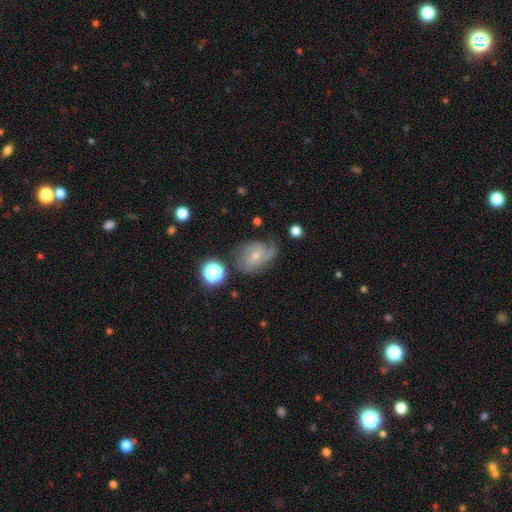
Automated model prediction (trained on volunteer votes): Smooth or featured?
  - featured or disk: 65% *
  - smooth: 24%
  - star or artifact: 12%
Edge-on disk?
  - no: 97% *
  - yes: 3%
Bar?
  - no: 63% *
  - weak: 32%
  - strong: 5%
Spiral arms?
  - yes: 88% *
  - no: 12%
Spiral winding?
  - medium: 40% *
  - tight: 35%
  - loose: 25%
Spiral arm count?
  - can't tell: 30% *
  - 2: 28%
  - 1: 18%
  - 3: 16%
  - 4: 4%
  - more than 4: 4%
Bulge size?
  - small: 59% *
  - moderate: 36%
  - none: 3%
  - large: 2%
  - dominant: 1%
Merging?
  - none: 49% *
  - minor disturbance: 28%
  - major disturbance: 19%
  - merger: 4%